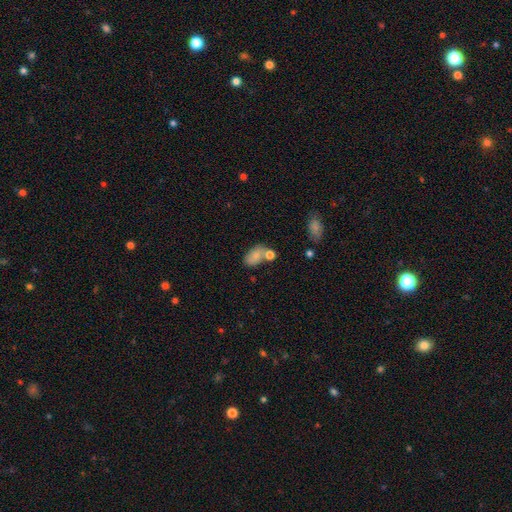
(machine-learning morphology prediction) This appears to be a smooth galaxy with no disk features (76%) that is in between round and cigar-shaped (88%). Merging: none (46%).